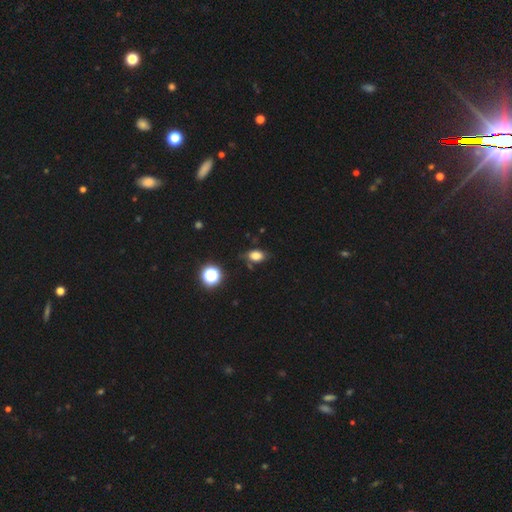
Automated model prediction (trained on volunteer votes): A smooth galaxy with no disk features (80%) that is in between round and cigar-shaped (81%). Merging: none (76%).